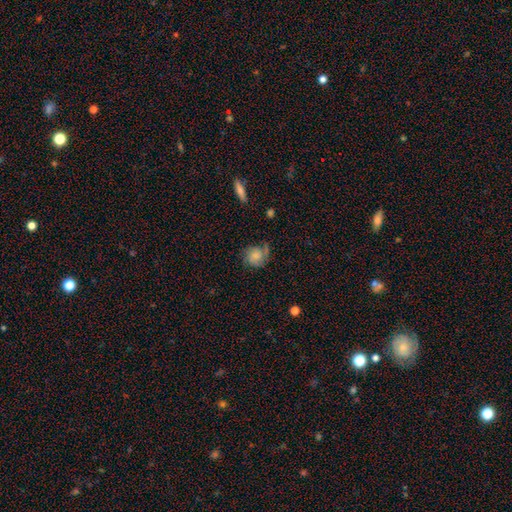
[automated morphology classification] smooth 47%, featured or disk 44%, star or artifact 9%. Down the decision tree: merging — none (55%).